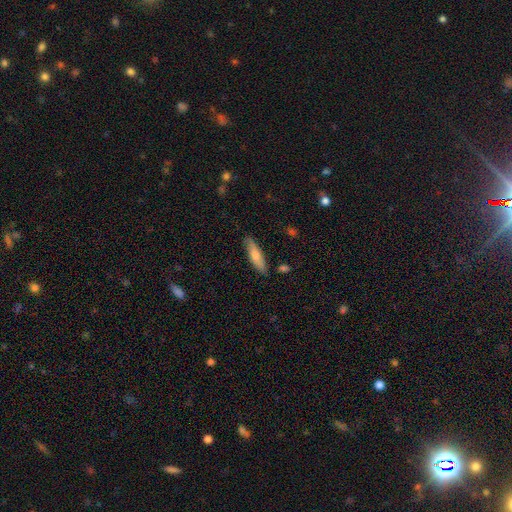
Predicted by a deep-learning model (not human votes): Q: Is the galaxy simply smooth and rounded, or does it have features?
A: smooth — 72%.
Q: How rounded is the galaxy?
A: cigar-shaped — 73%.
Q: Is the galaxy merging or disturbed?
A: none — 83%.